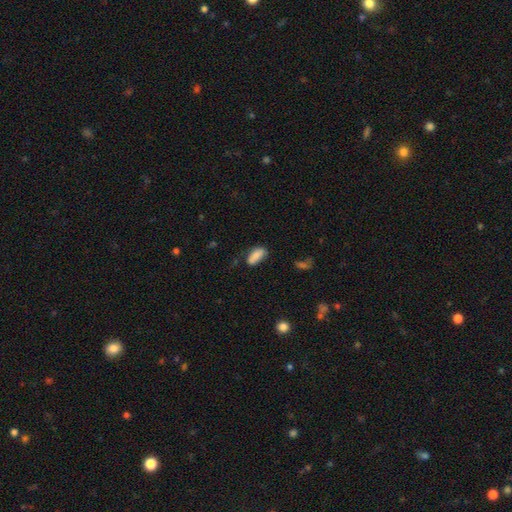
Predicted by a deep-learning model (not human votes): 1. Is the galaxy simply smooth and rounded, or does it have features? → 85% smooth, 7% star or artifact, 7% featured or disk.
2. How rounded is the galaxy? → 86% in between, 12% cigar-shaped, 3% round.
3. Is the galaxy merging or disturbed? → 67% none, 23% minor disturbance, 6% major disturbance, 4% merger.